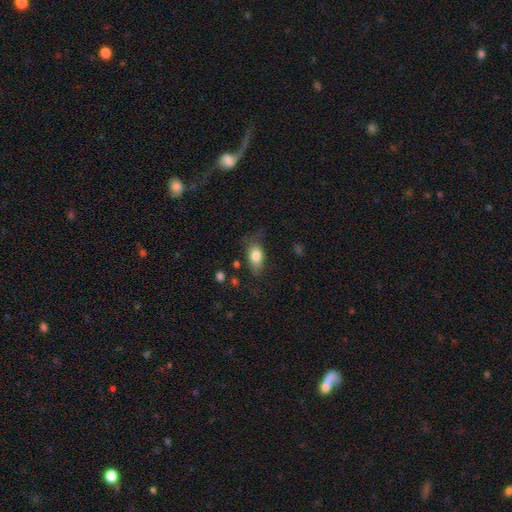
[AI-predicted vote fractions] Q: Smooth or featured?
A: smooth (80%); runner-up: featured or disk (12%)
Q: How rounded?
A: in between (87%); runner-up: round (8%)
Q: Merging?
A: none (63%); runner-up: minor disturbance (25%)